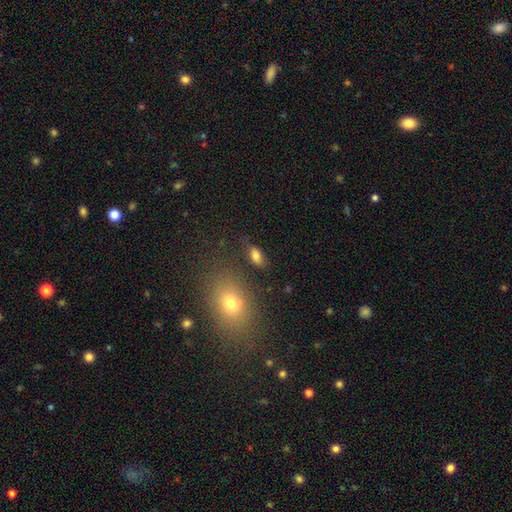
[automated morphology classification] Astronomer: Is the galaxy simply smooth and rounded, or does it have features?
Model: smooth — 81%.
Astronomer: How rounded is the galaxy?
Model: in between — 89%.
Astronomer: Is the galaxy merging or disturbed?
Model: none — 75%.